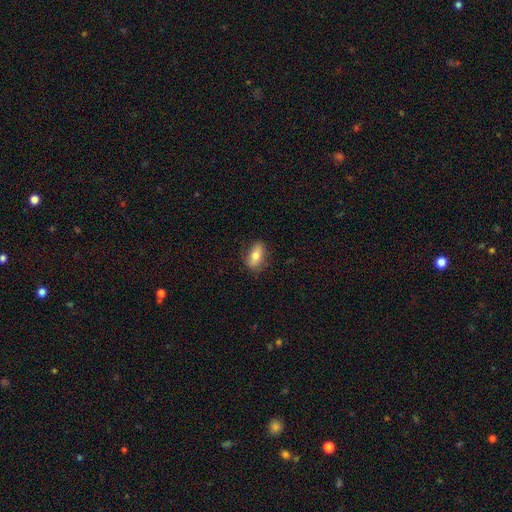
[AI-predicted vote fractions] A smooth galaxy with no disk features (70%) that is in between round and cigar-shaped (82%). Merging: none (79%).